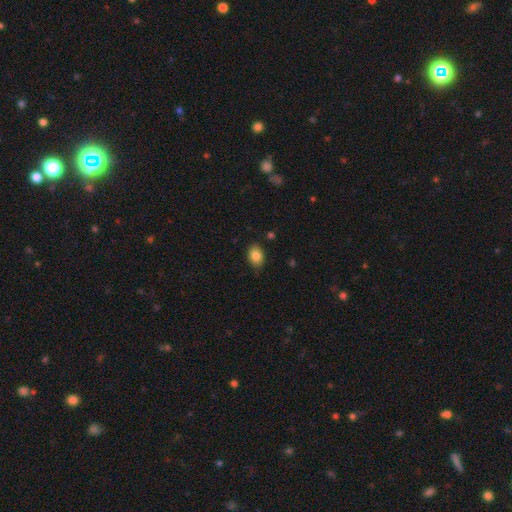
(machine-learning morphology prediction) Smooth or featured?
  - smooth: 84% *
  - star or artifact: 9%
  - featured or disk: 7%
How rounded?
  - in between: 72% *
  - round: 27%
  - cigar-shaped: 1%
Merging?
  - none: 85% *
  - minor disturbance: 11%
  - major disturbance: 2%
  - merger: 1%